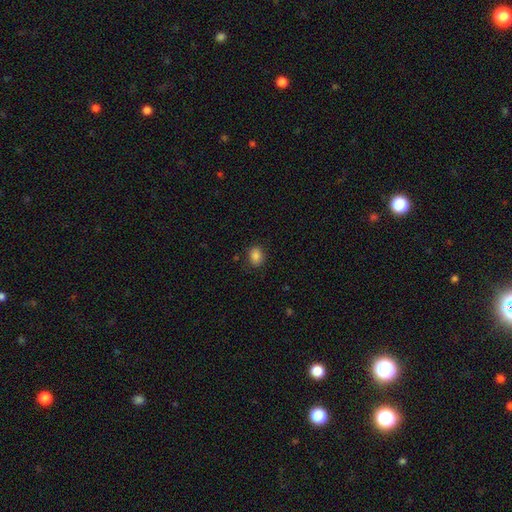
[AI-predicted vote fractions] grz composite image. It shows a smooth galaxy with no disk features (85%) that is in between round and cigar-shaped (58%). Merging: none (86%).